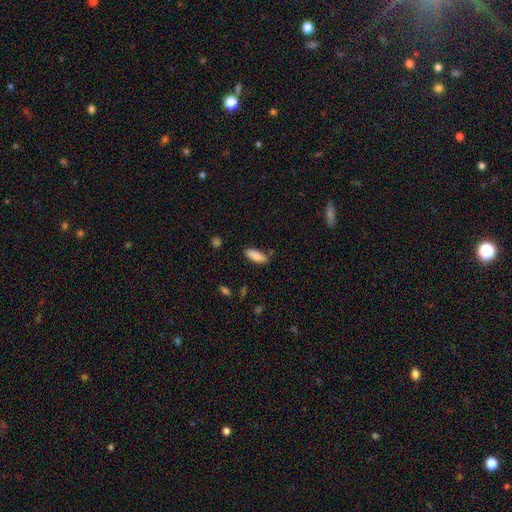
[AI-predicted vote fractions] This is clearly a smooth galaxy (86%). How rounded: likely in between (68%). Merging: likely none (72%).